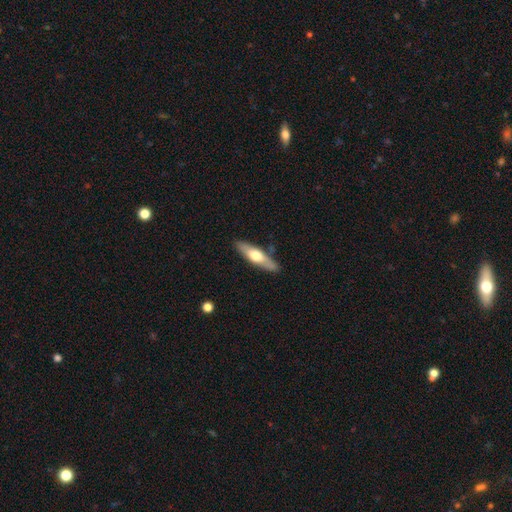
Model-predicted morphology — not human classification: The model was most divided on "smooth or featured": smooth: 49%, featured or disk: 46%, star or artifact: 5%. More confident: merging — none (85%).